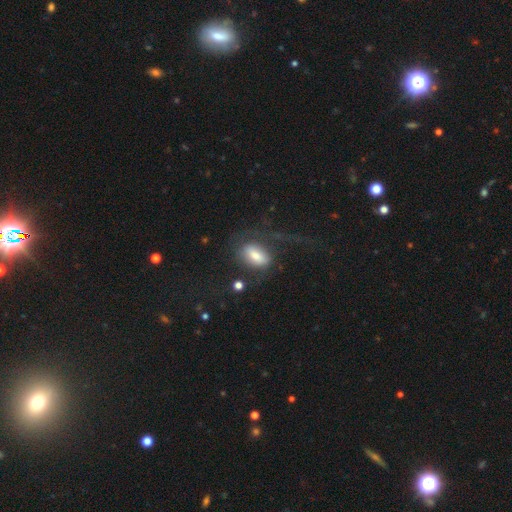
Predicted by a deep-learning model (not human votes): Smooth or featured? Predicted: smooth (p=0.66). How rounded? Predicted: in between (p=0.88). Merging? Predicted: none (p=0.41).